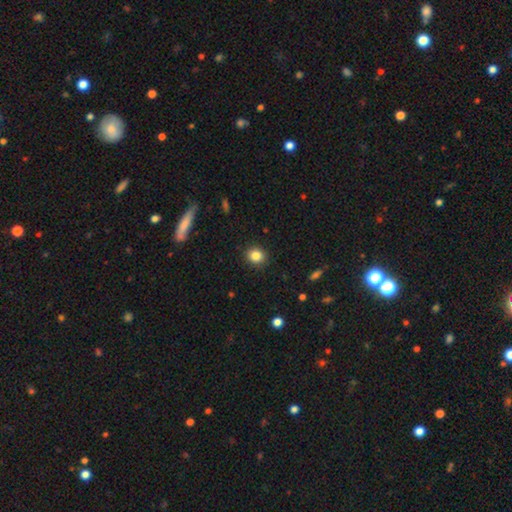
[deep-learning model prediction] This is clearly a smooth galaxy (84%). How rounded: likely round (77%). Merging: clearly none (91%).